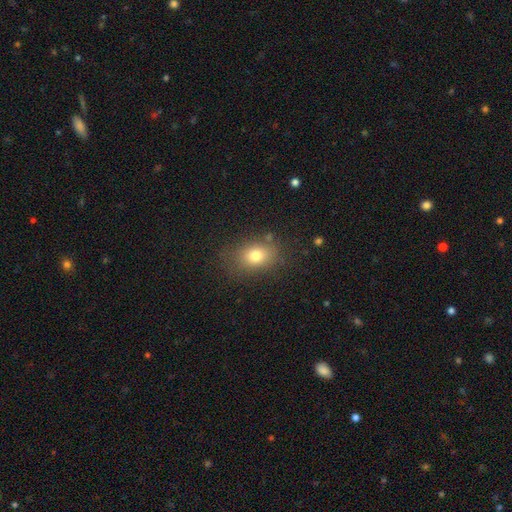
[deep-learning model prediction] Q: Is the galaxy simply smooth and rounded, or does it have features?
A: smooth — 76%.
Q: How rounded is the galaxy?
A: in between — 66%.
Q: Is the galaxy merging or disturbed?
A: none — 78%.